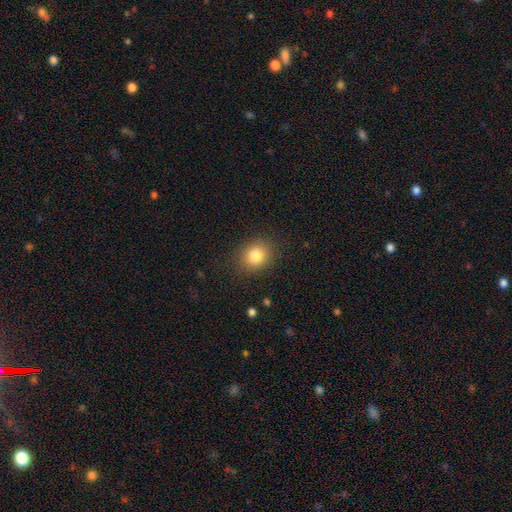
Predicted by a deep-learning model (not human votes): A smooth galaxy with no disk features (81%) that is round (66%).

Vote fractions:
- Smooth or featured? smooth: 81% / star or artifact: 11% / featured or disk: 8%
- How rounded? round: 66% / in between: 33% / cigar-shaped: 1%
- Merging? none: 86% / minor disturbance: 9% / major disturbance: 3% / merger: 1%